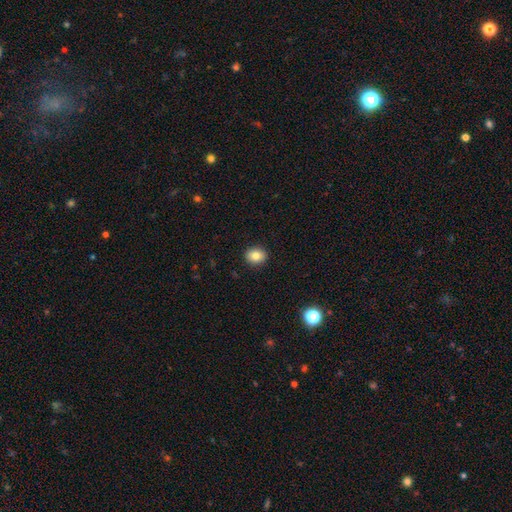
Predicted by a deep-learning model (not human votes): The model was most divided on "how rounded": round: 61%, in between: 38%, cigar-shaped: 1%. More confident: merging — none (91%); smooth or featured — smooth (83%).